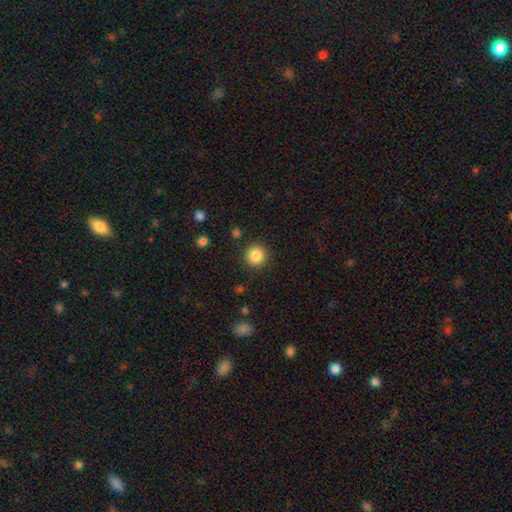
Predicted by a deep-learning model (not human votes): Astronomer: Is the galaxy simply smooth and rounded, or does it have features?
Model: smooth — 87%.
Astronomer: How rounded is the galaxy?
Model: round — 94%.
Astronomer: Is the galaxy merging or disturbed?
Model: none — 90%.